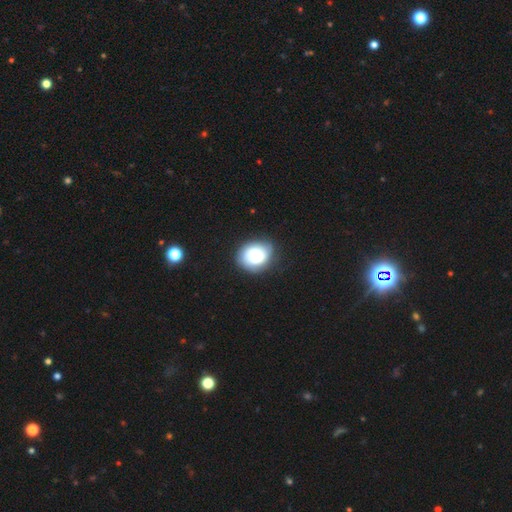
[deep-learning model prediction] Smooth or featured? Predicted: smooth (p=0.66). How rounded? Predicted: round (p=0.59). Merging? Predicted: none (p=0.77).